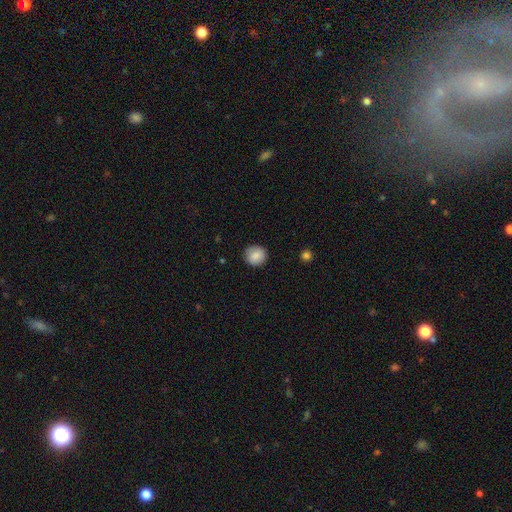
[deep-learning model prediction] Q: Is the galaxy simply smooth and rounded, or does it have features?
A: smooth — 86%.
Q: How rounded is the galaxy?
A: round — 87%.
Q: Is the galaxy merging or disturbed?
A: none — 87%.